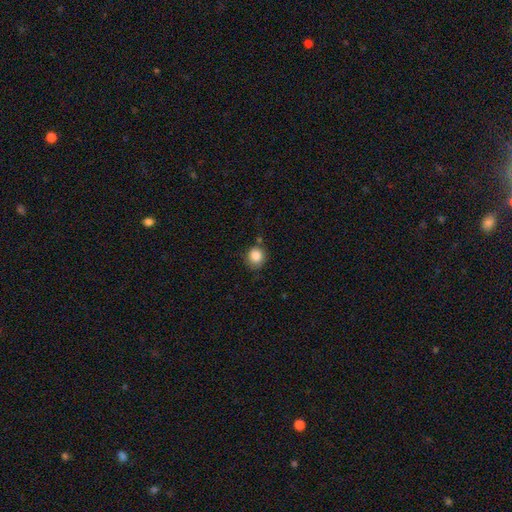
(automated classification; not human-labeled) Smooth or featured? Predicted: smooth (p=0.85). How rounded? Predicted: round (p=0.87). Merging? Predicted: none (p=0.73).